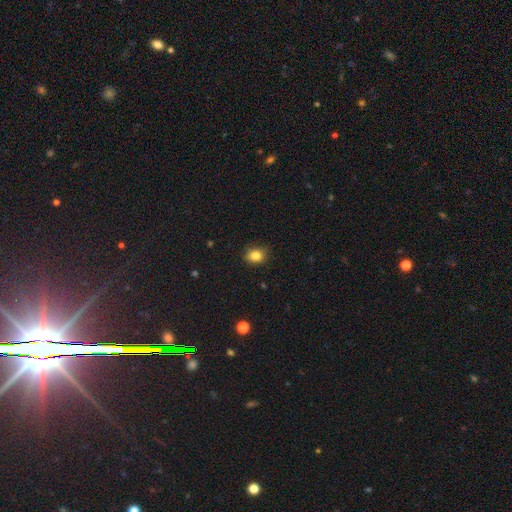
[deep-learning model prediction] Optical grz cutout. It shows a smooth galaxy with no disk features (83%) that is round (57%). Merging: none (85%).